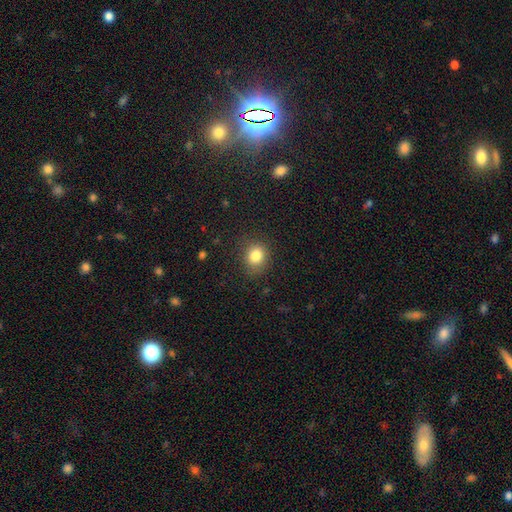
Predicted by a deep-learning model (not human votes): smooth 82%, star or artifact 11%, featured or disk 6%. Down the decision tree: how rounded — round (68%); merging — none (82%).